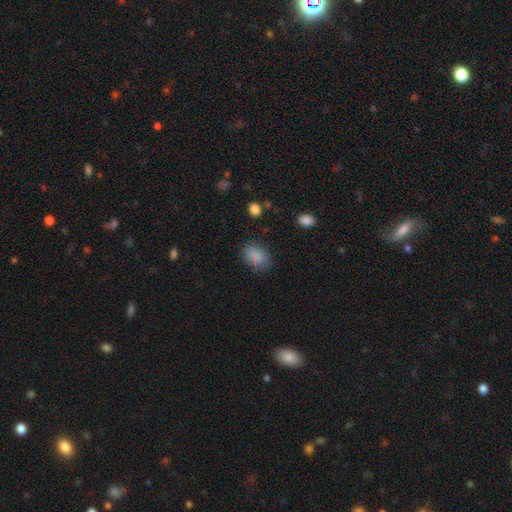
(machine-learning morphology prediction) A smooth galaxy with no disk features (82%) that is in between round and cigar-shaped (78%).

Vote fractions:
- Smooth or featured? smooth: 82% / star or artifact: 11% / featured or disk: 7%
- How rounded? in between: 78% / round: 21% / cigar-shaped: 1%
- Merging? none: 75% / minor disturbance: 17% / major disturbance: 6% / merger: 2%